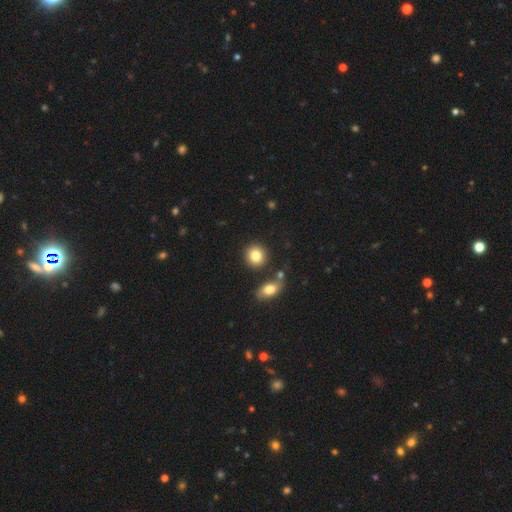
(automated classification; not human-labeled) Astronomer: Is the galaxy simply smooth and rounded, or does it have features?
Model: smooth — 83%.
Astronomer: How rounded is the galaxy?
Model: round — 83%.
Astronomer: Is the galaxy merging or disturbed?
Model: none — 80%.